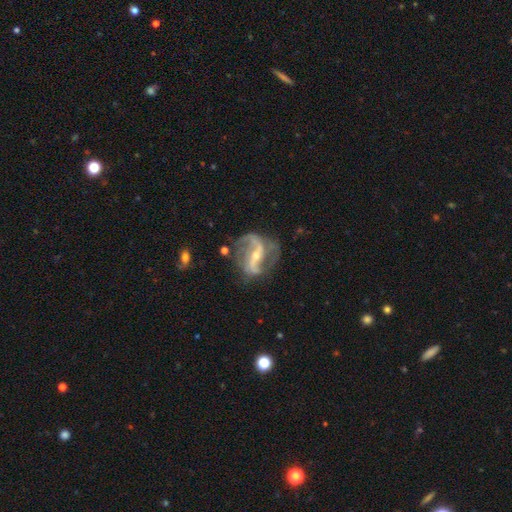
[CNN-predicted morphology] Q: Smooth or featured?
A: featured or disk (89%); runner-up: star or artifact (6%)
Q: Edge-on disk?
A: no (96%); runner-up: yes (4%)
Q: Bar?
A: strong (56%); runner-up: weak (28%)
Q: Spiral arms?
A: yes (95%); runner-up: no (5%)
Q: Spiral winding?
A: loose (51%); runner-up: medium (37%)
Q: Spiral arm count?
A: 2 (84%); runner-up: can't tell (5%)
Q: Bulge size?
A: small (59%); runner-up: moderate (37%)
Q: Merging?
A: none (61%); runner-up: minor disturbance (21%)